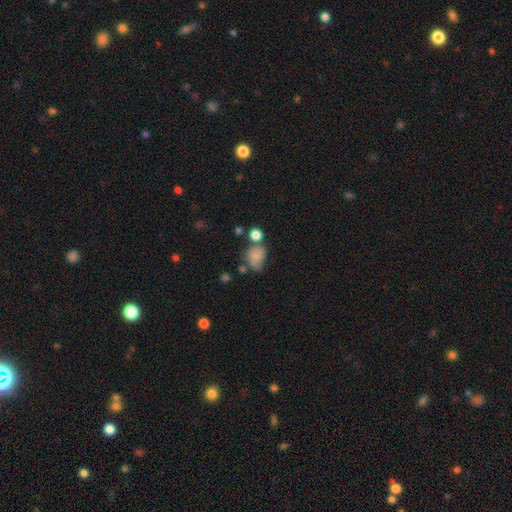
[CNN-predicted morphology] Overall: smooth (71%). How rounded: in between (51%; round 48%). Merging: none (38%; minor disturbance 28%).